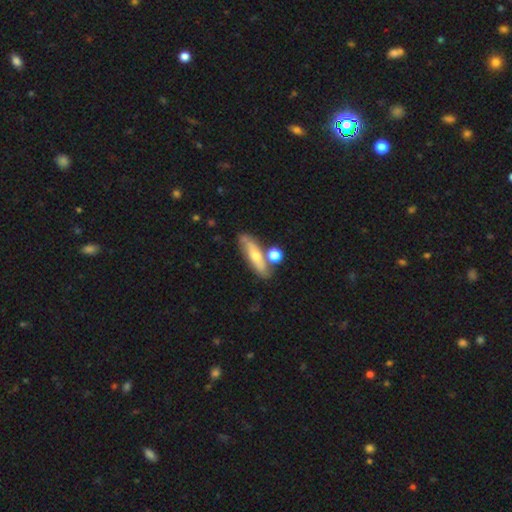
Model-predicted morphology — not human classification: This appears to be a smooth galaxy with no disk features (51%) that is cigar-shaped (53%). Merging: none (62%).